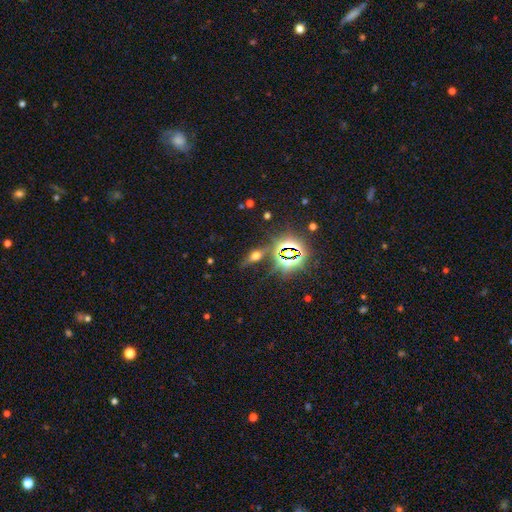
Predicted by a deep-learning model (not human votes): smooth-or-featured: star or artifact: 40% | smooth: 34% | featured or disk: 26%